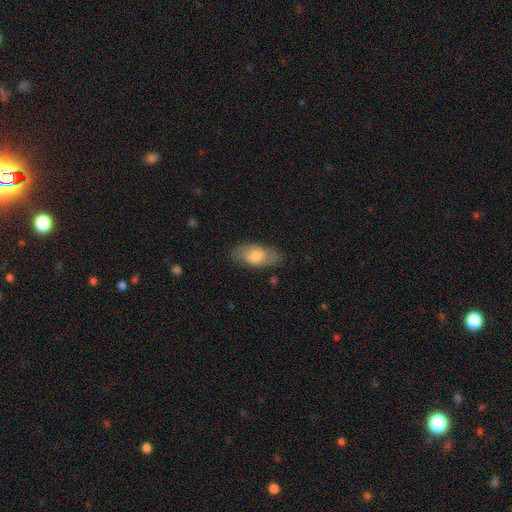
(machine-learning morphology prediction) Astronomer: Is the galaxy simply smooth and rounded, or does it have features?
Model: smooth — 68%.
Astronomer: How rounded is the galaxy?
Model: in between — 88%.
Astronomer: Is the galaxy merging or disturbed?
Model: none — 78%.